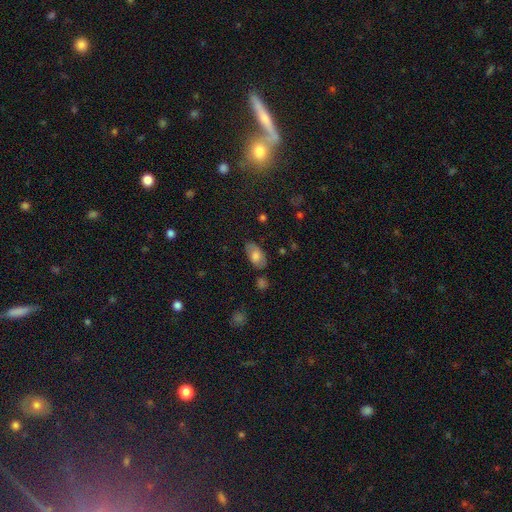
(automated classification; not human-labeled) Morphology: type=smooth (70%); roundness=in between (92%); merging=none (71%).